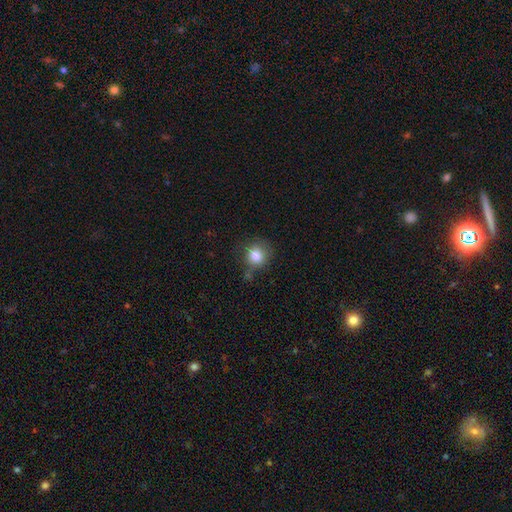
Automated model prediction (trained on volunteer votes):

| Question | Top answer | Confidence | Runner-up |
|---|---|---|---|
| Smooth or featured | smooth | 82% | star or artifact (10%) |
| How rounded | round | 81% | in between (18%) |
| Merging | none | 67% | minor disturbance (21%) |